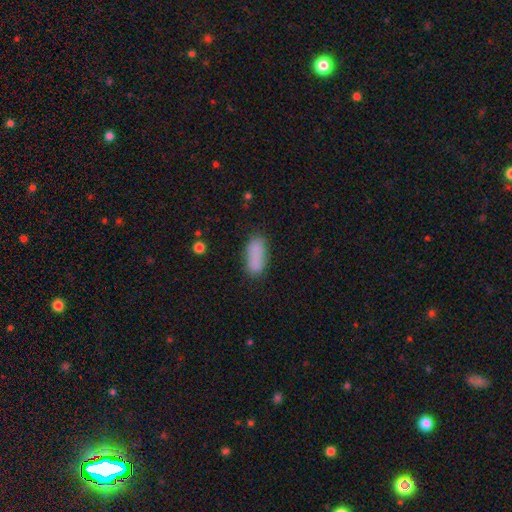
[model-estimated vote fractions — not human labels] A smooth galaxy with no disk features (85%) that is in between round and cigar-shaped (82%). Merging: none (72%).